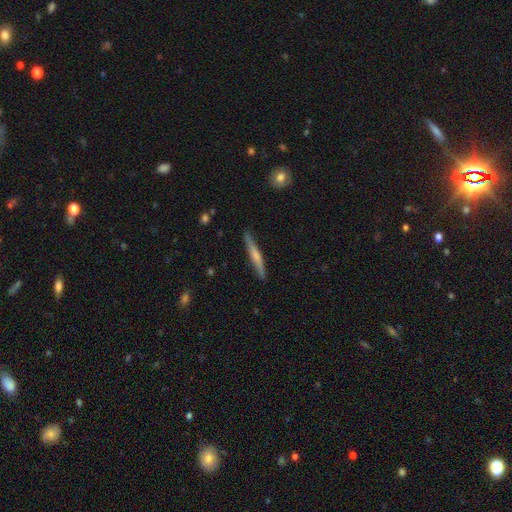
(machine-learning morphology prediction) Smooth or featured: featured or disk — 48% (smooth — 47%)
Merging: none — 89% (minor disturbance — 8%)